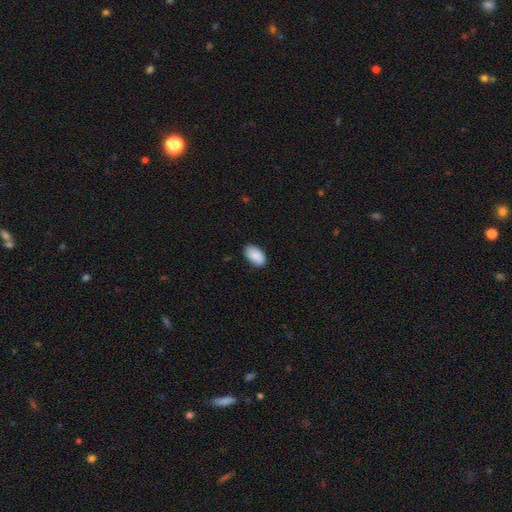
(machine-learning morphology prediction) A smooth galaxy with no disk features (90%) that is in between round and cigar-shaped (95%).

Vote fractions:
- Smooth or featured? smooth: 90% / star or artifact: 6% / featured or disk: 4%
- How rounded? in between: 95% / round: 4% / cigar-shaped: 1%
- Merging? none: 84% / minor disturbance: 13% / major disturbance: 2% / merger: 1%